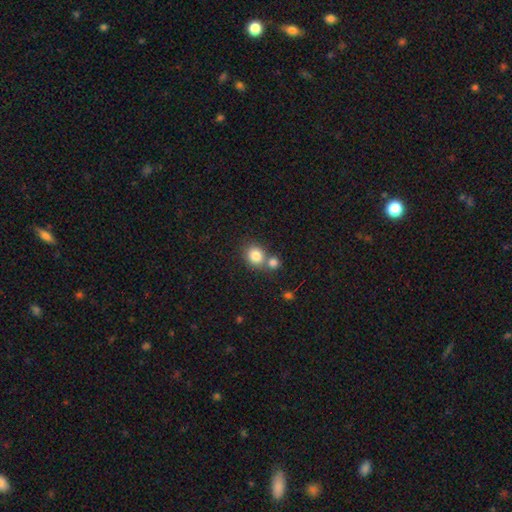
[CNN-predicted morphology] Smooth or featured? smooth (83%)
How rounded? round (76%)
Merging? none (52%)